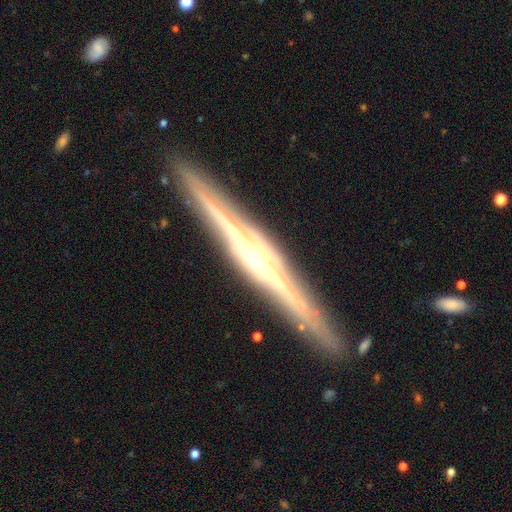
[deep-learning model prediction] Smooth or featured?
  - featured or disk: 89% *
  - smooth: 7%
  - star or artifact: 4%
Edge-on disk?
  - yes: 98% *
  - no: 2%
Edge-on bulge?
  - rounded: 78% *
  - boxy: 15%
  - none: 7%
Merging?
  - none: 91% *
  - minor disturbance: 6%
  - major disturbance: 1%
  - merger: 1%